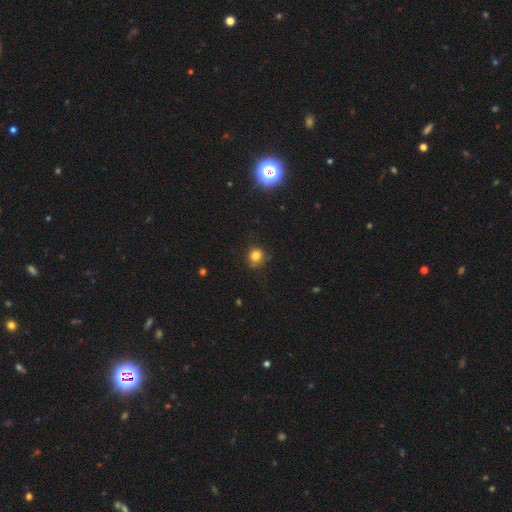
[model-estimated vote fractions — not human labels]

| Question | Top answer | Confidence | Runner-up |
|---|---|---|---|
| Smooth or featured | smooth | 80% | star or artifact (14%) |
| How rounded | round | 87% | in between (12%) |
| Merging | none | 77% | minor disturbance (17%) |